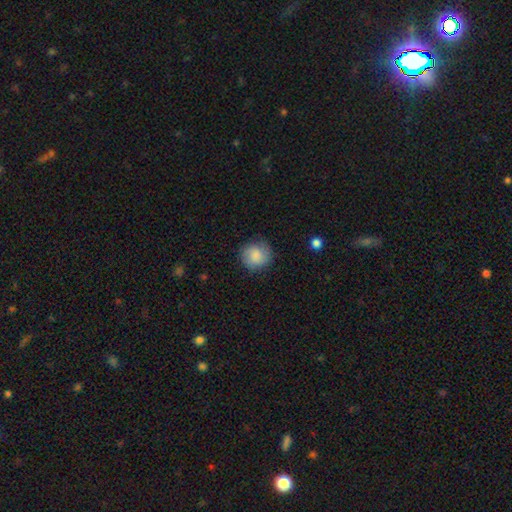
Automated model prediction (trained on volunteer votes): A smooth galaxy with no disk features (83%) that is round (88%).

Vote fractions:
- Smooth or featured? smooth: 83% / featured or disk: 10% / star or artifact: 7%
- How rounded? round: 88% / in between: 11% / cigar-shaped: 1%
- Merging? none: 79% / minor disturbance: 16% / major disturbance: 4% / merger: 1%